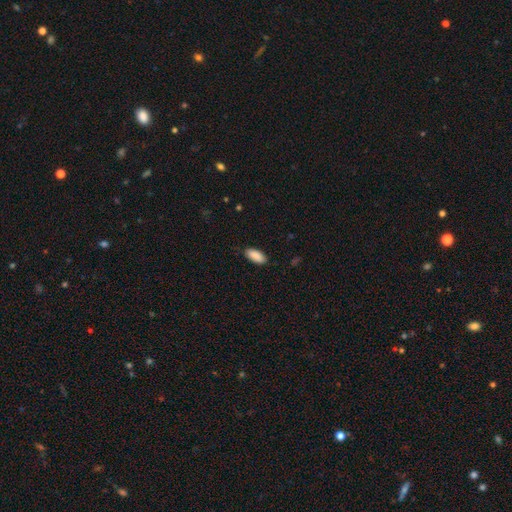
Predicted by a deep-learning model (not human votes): A smooth galaxy with no disk features (90%) that is in between round and cigar-shaped (88%).

Vote fractions:
- Smooth or featured? smooth: 90% / star or artifact: 6% / featured or disk: 4%
- How rounded? in between: 88% / cigar-shaped: 10% / round: 2%
- Merging? none: 85% / minor disturbance: 12% / major disturbance: 2% / merger: 1%